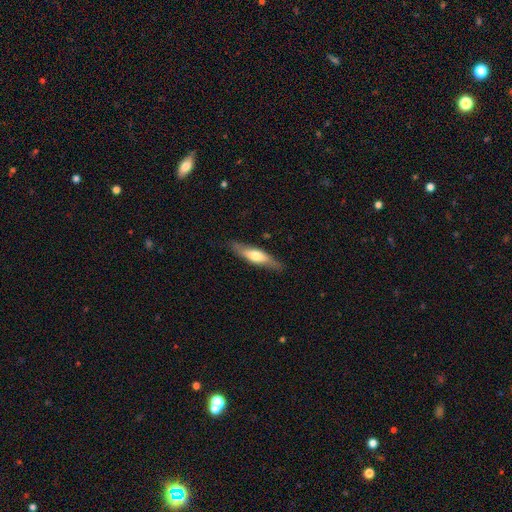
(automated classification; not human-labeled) Q: Smooth or featured?
A: smooth (51%); runner-up: featured or disk (44%)
Q: How rounded?
A: cigar-shaped (68%); runner-up: in between (30%)
Q: Merging?
A: none (82%); runner-up: minor disturbance (14%)